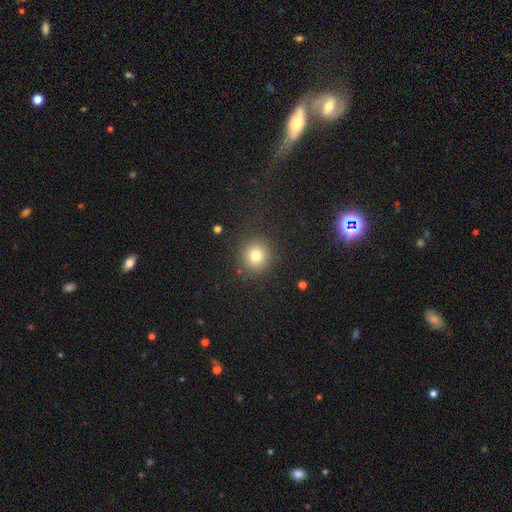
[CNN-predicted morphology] Smooth or featured? Predicted: smooth (p=0.78). How rounded? Predicted: round (p=0.92). Merging? Predicted: none (p=0.88).